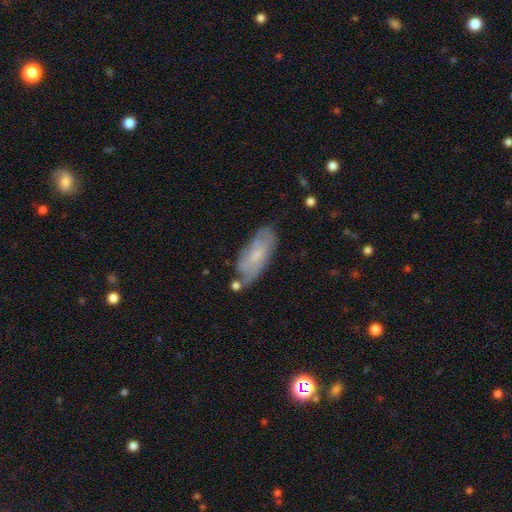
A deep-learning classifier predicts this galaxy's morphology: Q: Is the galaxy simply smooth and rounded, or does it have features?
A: smooth — 58%.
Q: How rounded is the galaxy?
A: in between — 76%.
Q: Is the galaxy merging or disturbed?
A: none — 63%.